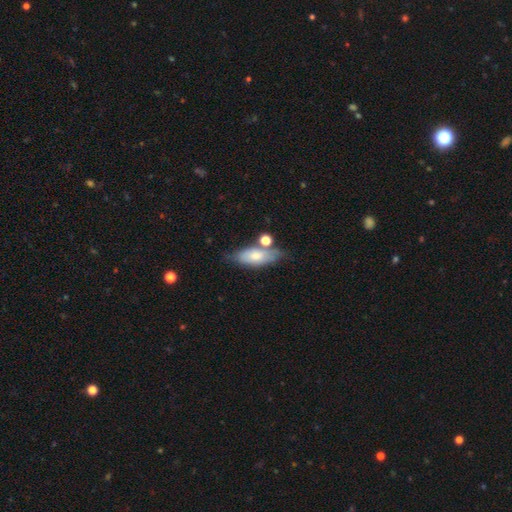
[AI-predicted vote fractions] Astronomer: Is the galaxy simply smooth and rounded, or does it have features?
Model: smooth — 69%.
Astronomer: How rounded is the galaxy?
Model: in between — 76%.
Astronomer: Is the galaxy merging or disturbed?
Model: none — 55%.